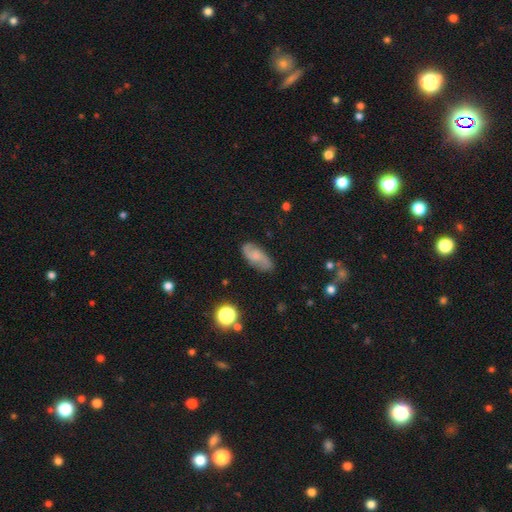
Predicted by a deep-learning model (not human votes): Smooth or featured?
  - featured or disk: 55% *
  - smooth: 36%
  - star or artifact: 9%
Edge-on disk?
  - no: 93% *
  - yes: 7%
Bar?
  - no: 58% *
  - weak: 36%
  - strong: 6%
Spiral arms?
  - yes: 90% *
  - no: 10%
Bulge size?
  - small: 35% *
  - none: 34%
  - moderate: 24%
  - large: 5%
  - dominant: 2%
Merging?
  - none: 79% *
  - minor disturbance: 15%
  - major disturbance: 4%
  - merger: 2%